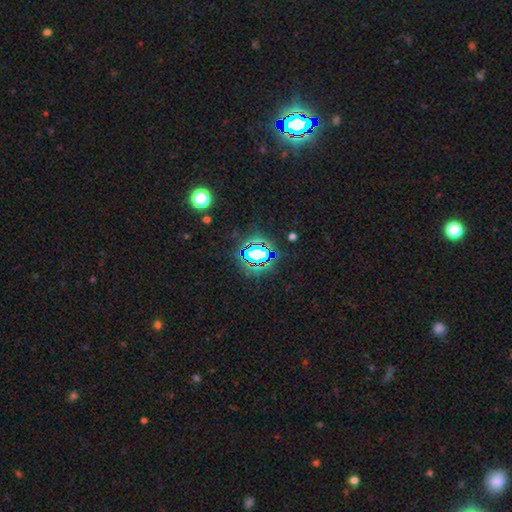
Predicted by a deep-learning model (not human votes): The model was most divided on "smooth or featured": star or artifact: 72%, smooth: 17%, featured or disk: 11%.